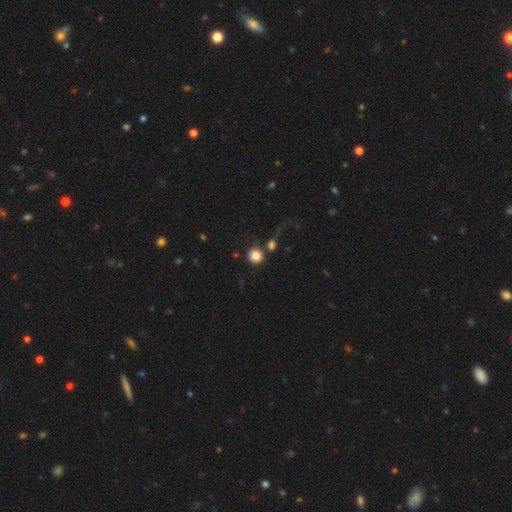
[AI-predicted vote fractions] smooth 86%, star or artifact 9%, featured or disk 5%. Down the decision tree: how rounded — round (92%); merging — none (71%).